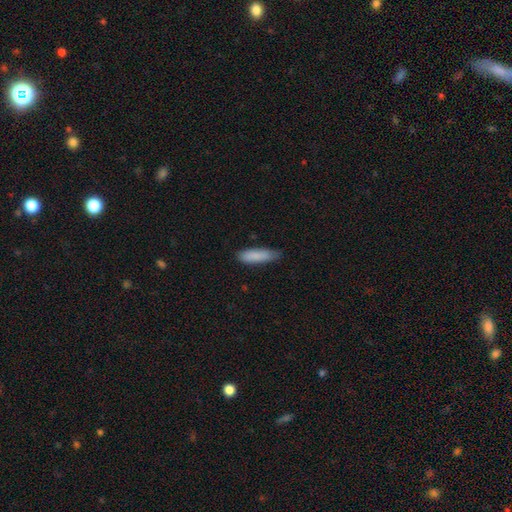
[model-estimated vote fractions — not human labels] Q: Smooth or featured?
A: smooth (86%); runner-up: featured or disk (8%)
Q: How rounded?
A: cigar-shaped (69%); runner-up: in between (30%)
Q: Merging?
A: none (74%); runner-up: minor disturbance (22%)